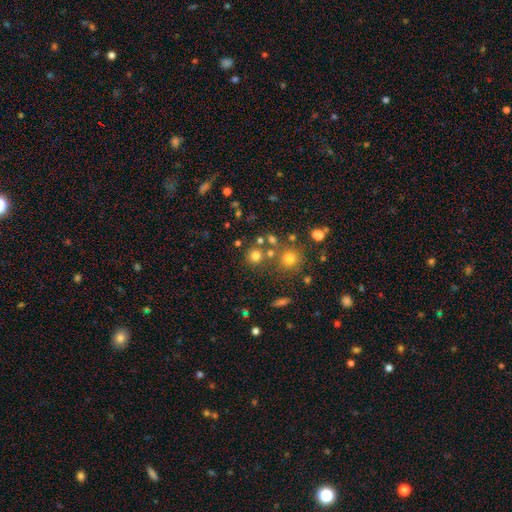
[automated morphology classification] Smooth or featured? smooth (74%)
How rounded? round (89%)
Merging? none (72%)